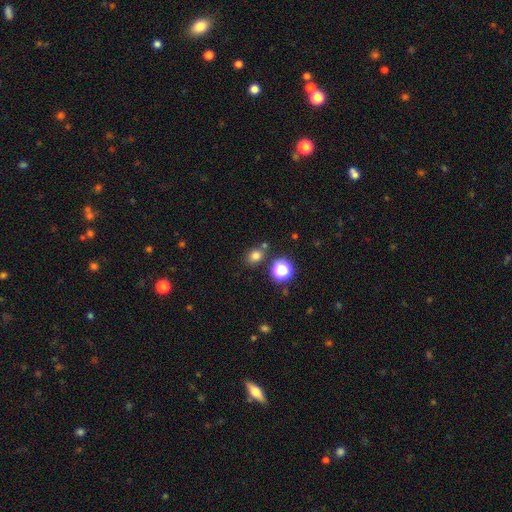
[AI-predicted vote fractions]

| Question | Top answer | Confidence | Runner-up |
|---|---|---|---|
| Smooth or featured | smooth | 75% | star or artifact (19%) |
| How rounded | round | 56% | in between (43%) |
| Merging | none | 76% | minor disturbance (11%) |